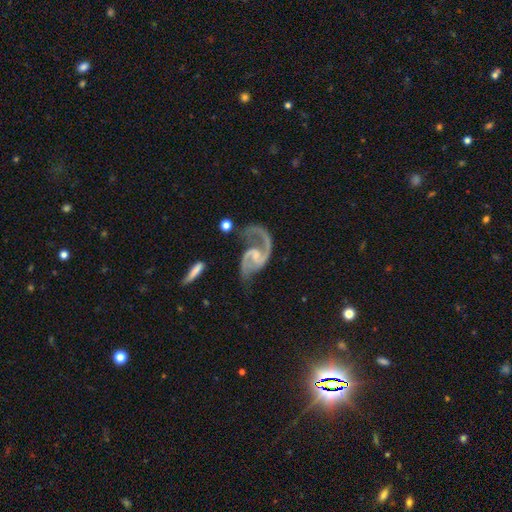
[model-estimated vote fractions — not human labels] featured or disk 92%, star or artifact 5%, smooth 3%. Down the decision tree: edge-on disk — no (98%); bar — weak (44%); spiral arms — yes (97%); spiral arm count — 2 (88%); spiral winding — medium (51%); bulge size — small (55%); merging — none (53%).